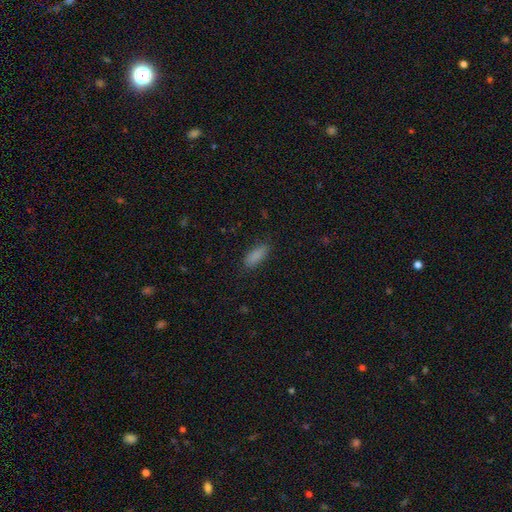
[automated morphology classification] Smooth or featured: smooth — 88% (star or artifact — 8%)
How rounded: in between — 72% (cigar-shaped — 26%)
Merging: none — 85% (minor disturbance — 12%)